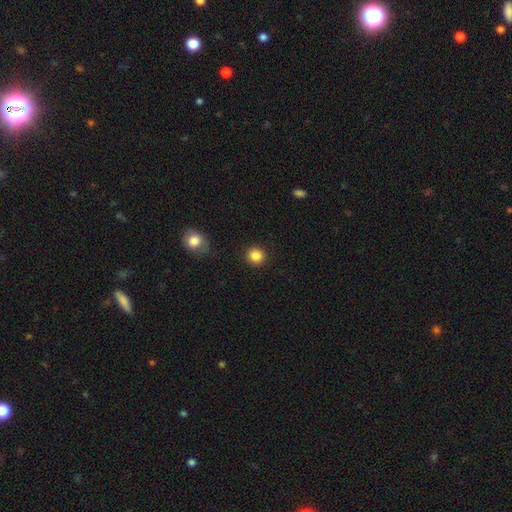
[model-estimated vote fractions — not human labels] smooth-or-featured: smooth: 86% | star or artifact: 10% | featured or disk: 4%
  how-rounded: round: 92% | in between: 7% | cigar-shaped: 1%
  merging: none: 91% | minor disturbance: 6% | major disturbance: 2% | merger: 2%